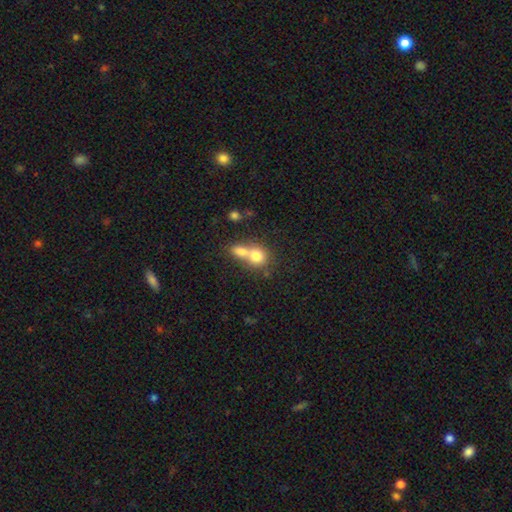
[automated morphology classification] smooth-or-featured: smooth: 75% | featured or disk: 15% | star or artifact: 10%
  how-rounded: round: 71% | in between: 27% | cigar-shaped: 2%
  merging: merger: 65% | none: 25% | minor disturbance: 6% | major disturbance: 4%